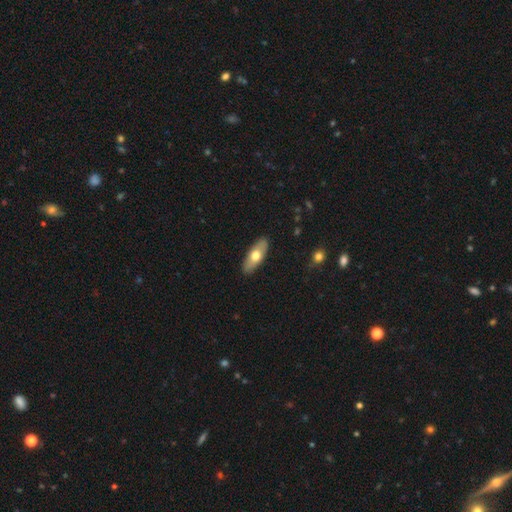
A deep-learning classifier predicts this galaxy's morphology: smooth-or-featured: smooth: 59% | featured or disk: 36% | star or artifact: 5%
  how-rounded: in between: 73% | cigar-shaped: 25% | round: 3%
  merging: none: 89% | minor disturbance: 8% | major disturbance: 2% | merger: 1%